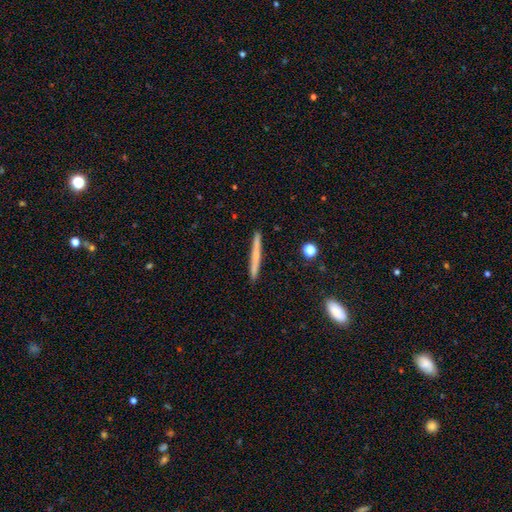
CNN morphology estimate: Q: Smooth or featured?
A: smooth (55%); runner-up: featured or disk (38%)
Q: How rounded?
A: cigar-shaped (96%); runner-up: in between (2%)
Q: Merging?
A: none (92%); runner-up: minor disturbance (6%)